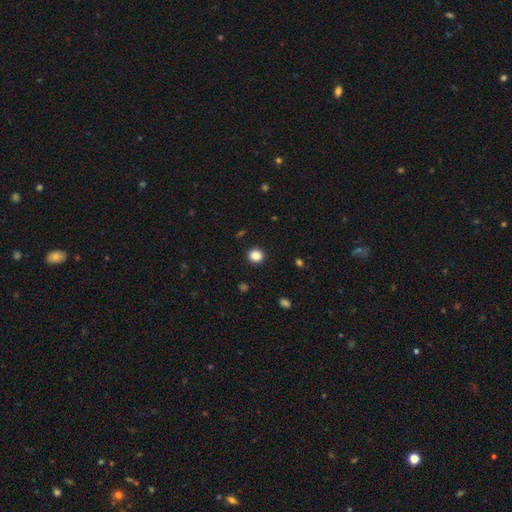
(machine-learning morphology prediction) A smooth galaxy with no disk features (86%) that is round (87%).

Vote fractions:
- Smooth or featured? smooth: 86% / star or artifact: 11% / featured or disk: 3%
- How rounded? round: 87% / in between: 12% / cigar-shaped: 1%
- Merging? none: 92% / minor disturbance: 5% / major disturbance: 2% / merger: 1%